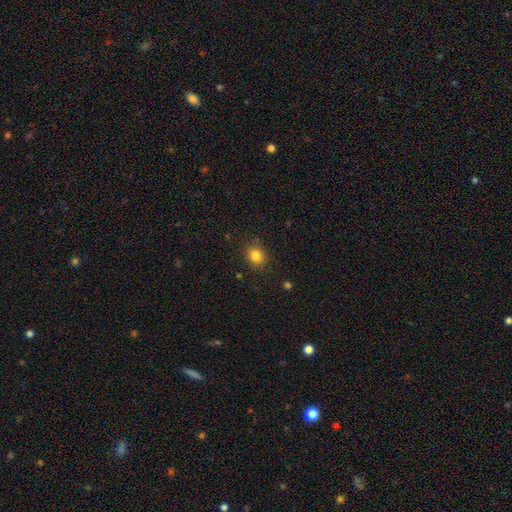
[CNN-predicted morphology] Overall: smooth (83%). How rounded: round (73%). Merging: none (85%).